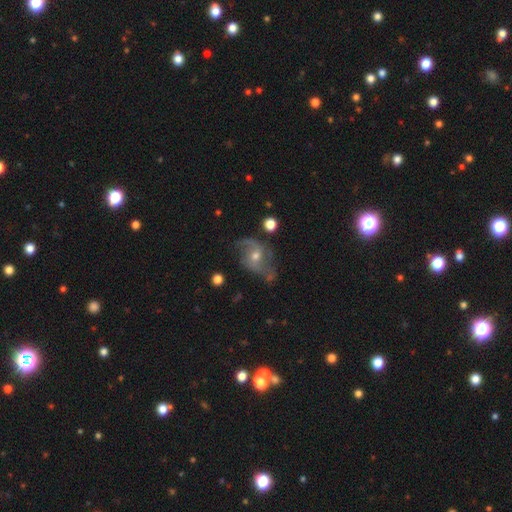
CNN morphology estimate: smooth_or_featured: featured or disk (p=0.73) [alt: smooth p=0.17]
disk_edge_on: no (p=0.95) [alt: yes p=0.05]
bar: no (p=0.58) [alt: weak p=0.32]
has_spiral_arms: yes (p=0.85) [alt: no p=0.15]
spiral_winding: loose (p=0.59) [alt: medium p=0.31]
spiral_arm_count: 2 (p=0.78) [alt: can't tell p=0.10]
bulge_size: moderate (p=0.52) [alt: small p=0.42]
merging: none (p=0.54) [alt: minor disturbance p=0.25]